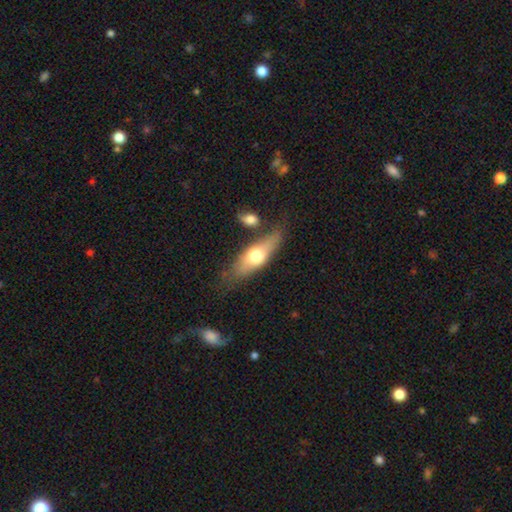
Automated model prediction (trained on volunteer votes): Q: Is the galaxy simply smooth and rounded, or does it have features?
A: smooth — 56%.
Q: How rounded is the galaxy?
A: in between — 54%.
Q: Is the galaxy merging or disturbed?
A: none — 66%.